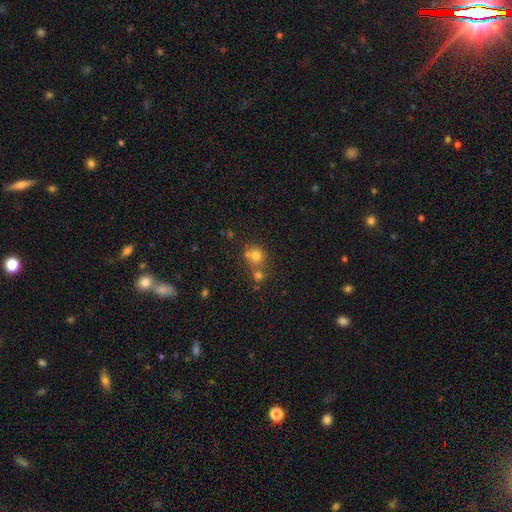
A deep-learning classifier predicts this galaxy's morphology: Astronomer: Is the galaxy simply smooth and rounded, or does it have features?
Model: smooth — 71%.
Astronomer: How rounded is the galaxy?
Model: round — 84%.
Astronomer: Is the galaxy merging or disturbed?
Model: none — 44%, tied with merger at 44%.